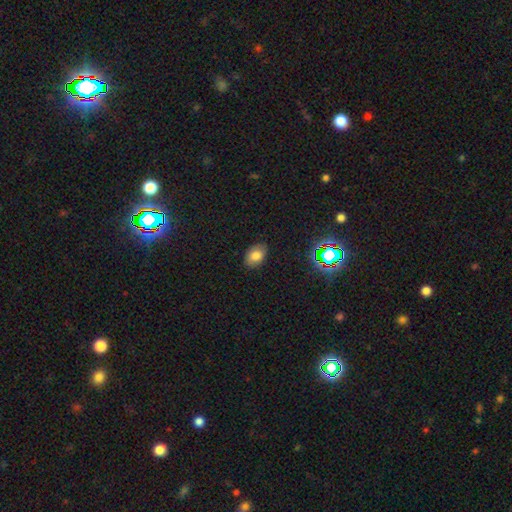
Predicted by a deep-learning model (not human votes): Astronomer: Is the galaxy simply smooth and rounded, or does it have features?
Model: smooth — 77%.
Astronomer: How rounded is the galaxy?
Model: in between — 83%.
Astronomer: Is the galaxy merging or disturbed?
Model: none — 85%.